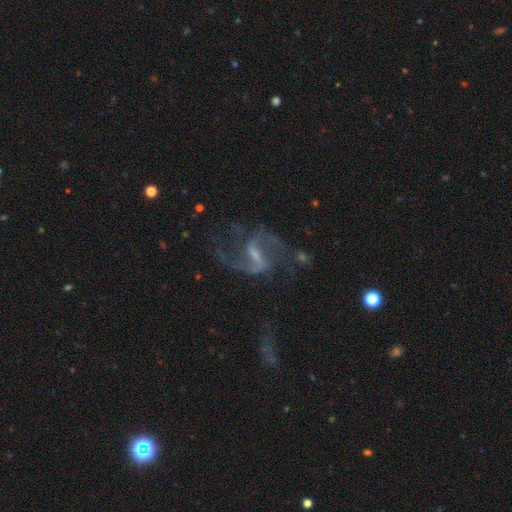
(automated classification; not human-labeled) This is clearly a featured or disk galaxy (86%). It is clearly not viewed edge-on (97%). Bar: possibly weak (49%). Spiral arm pattern: clearly yes (95%). Spiral arm count: clearly 2 (86%). Spiral winding: likely loose (62%). Central bulge: possibly small (46%). Merging: possibly none (59%).